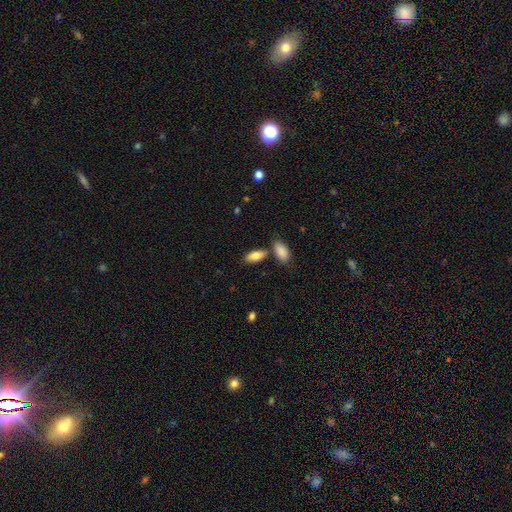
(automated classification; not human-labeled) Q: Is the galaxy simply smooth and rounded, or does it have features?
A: smooth — 86%.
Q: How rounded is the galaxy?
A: in between — 90%.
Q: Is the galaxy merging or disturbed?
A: none — 69%.